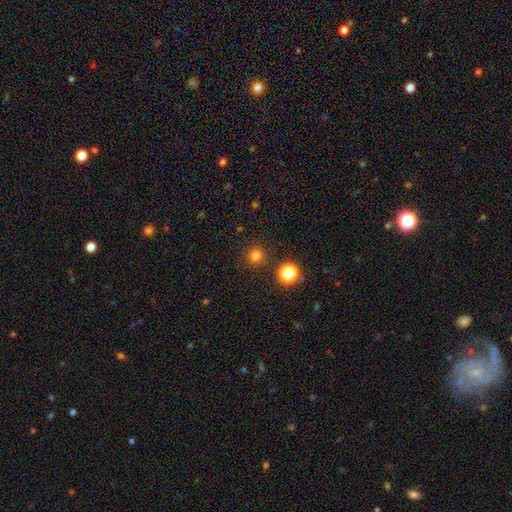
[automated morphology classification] Q: Smooth or featured?
A: smooth (79%); runner-up: star or artifact (17%)
Q: How rounded?
A: round (96%); runner-up: in between (3%)
Q: Merging?
A: none (91%); runner-up: minor disturbance (5%)